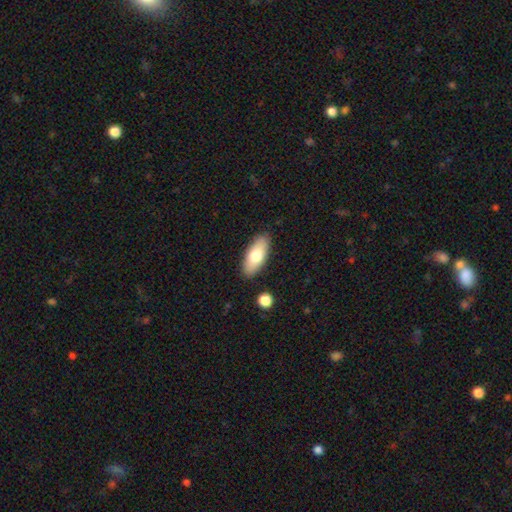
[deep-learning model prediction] This appears to be a smooth galaxy with no disk features (74%) that is in between round and cigar-shaped (81%). Merging: none (87%).